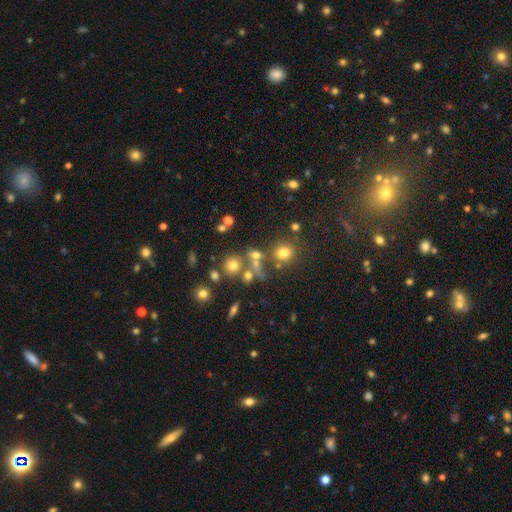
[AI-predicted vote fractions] A smooth galaxy with no disk features (63%) that is round (75%). Merging: none (57%).